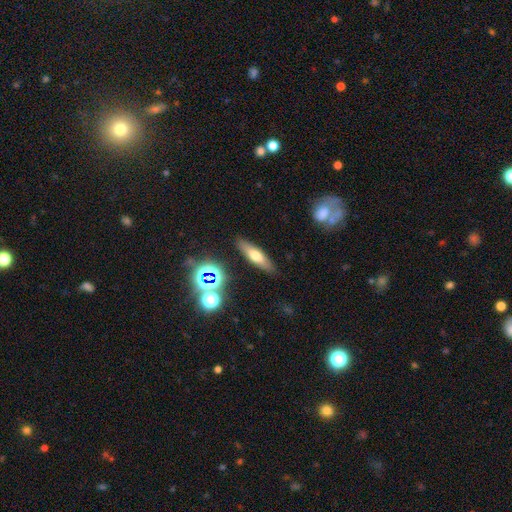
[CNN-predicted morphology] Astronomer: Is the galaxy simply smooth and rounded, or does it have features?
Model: smooth — 58%.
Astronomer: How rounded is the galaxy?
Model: cigar-shaped — 61%.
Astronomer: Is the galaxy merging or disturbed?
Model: none — 86%.